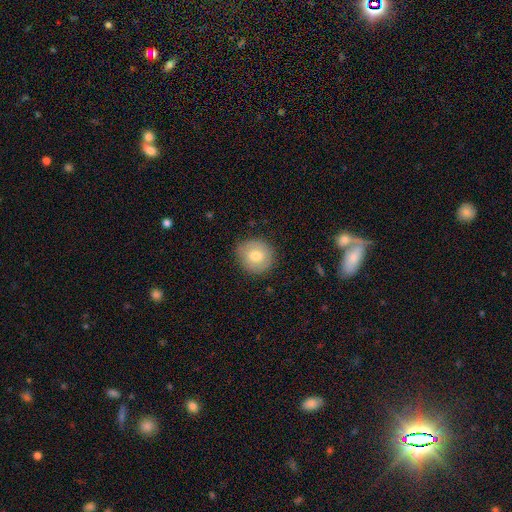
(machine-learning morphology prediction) The model was most divided on "smooth or featured": smooth: 75%, featured or disk: 17%, star or artifact: 8%. More confident: how rounded — round (88%); merging — none (84%).